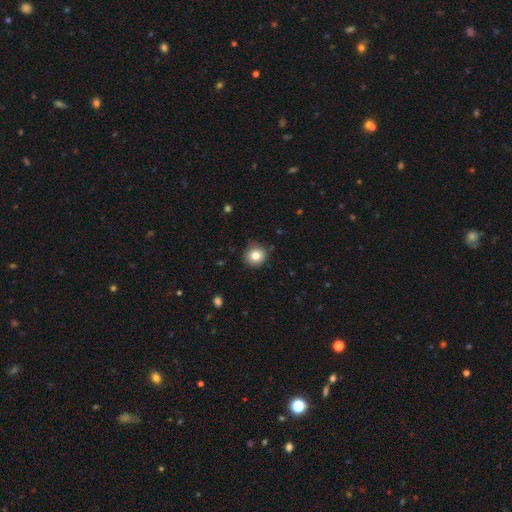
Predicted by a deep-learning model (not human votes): The model was most divided on "smooth or featured": smooth: 82%, star or artifact: 11%, featured or disk: 7%. More confident: how rounded — round (88%); merging — none (85%).